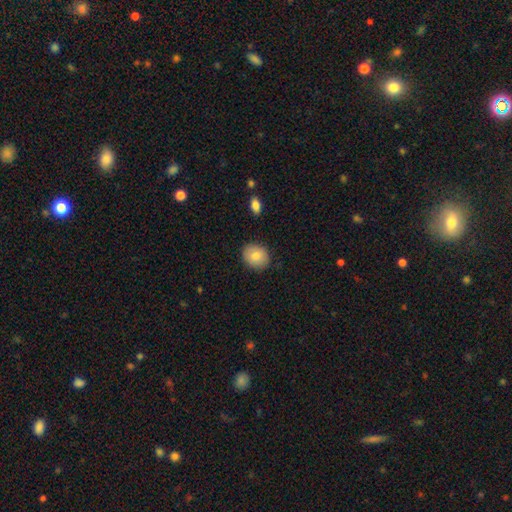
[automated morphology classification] The model was most divided on "how rounded": round: 54%, in between: 45%, cigar-shaped: 1%. More confident: merging — none (87%); smooth or featured — smooth (81%).